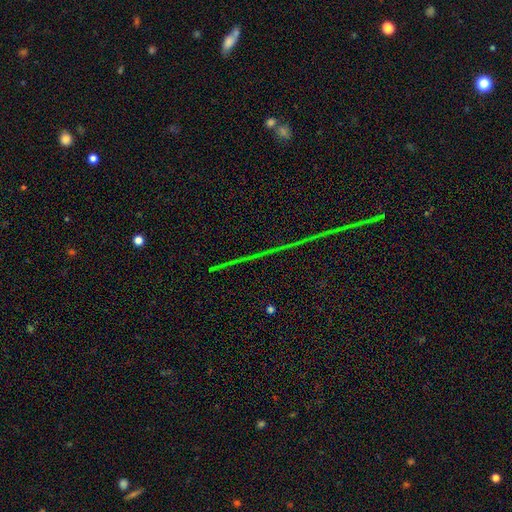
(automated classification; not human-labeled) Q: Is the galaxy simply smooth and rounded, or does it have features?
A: star or artifact — 83%.